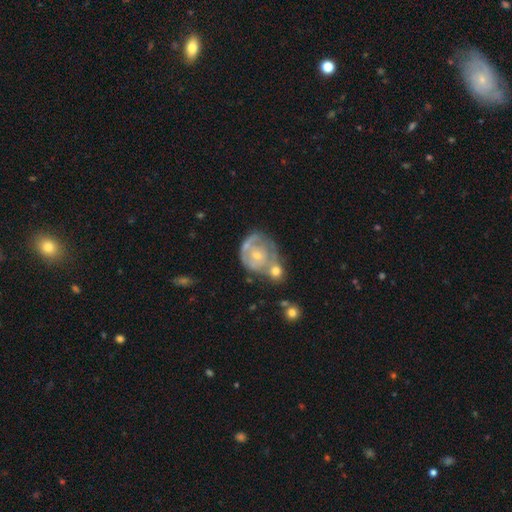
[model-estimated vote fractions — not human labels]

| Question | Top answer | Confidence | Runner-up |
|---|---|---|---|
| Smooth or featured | featured or disk | 65% | smooth (29%) |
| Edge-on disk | no | 98% | yes (2%) |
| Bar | no | 84% | weak (14%) |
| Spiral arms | yes | 51% | no (49%) |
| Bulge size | small | 65% | moderate (29%) |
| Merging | merger | 43% | none (26%) |